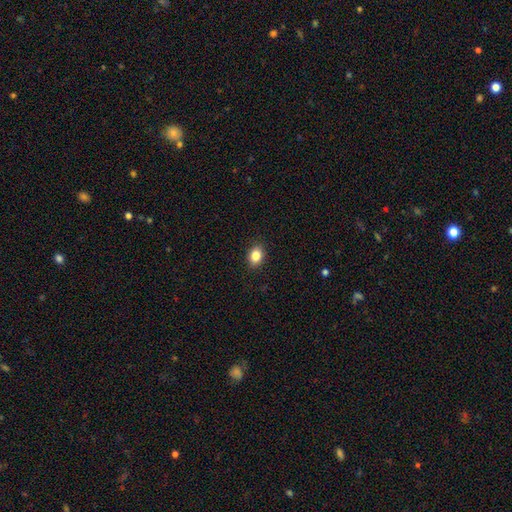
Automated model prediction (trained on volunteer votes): Q: Smooth or featured?
A: smooth (85%); runner-up: star or artifact (9%)
Q: How rounded?
A: in between (67%); runner-up: round (32%)
Q: Merging?
A: none (90%); runner-up: minor disturbance (8%)